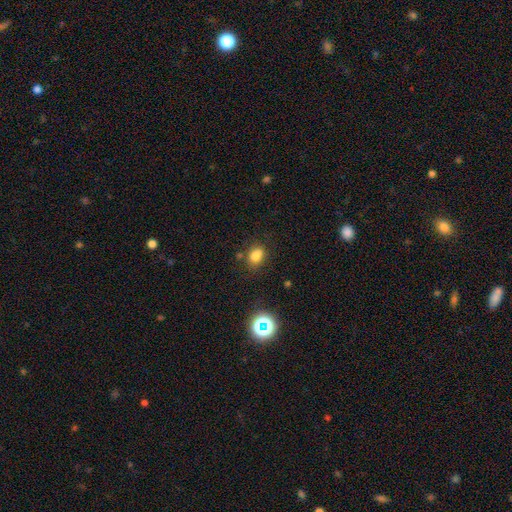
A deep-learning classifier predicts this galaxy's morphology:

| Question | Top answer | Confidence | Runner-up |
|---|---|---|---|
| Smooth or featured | smooth | 77% | star or artifact (16%) |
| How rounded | in between | 64% | round (34%) |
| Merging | none | 68% | minor disturbance (17%) |